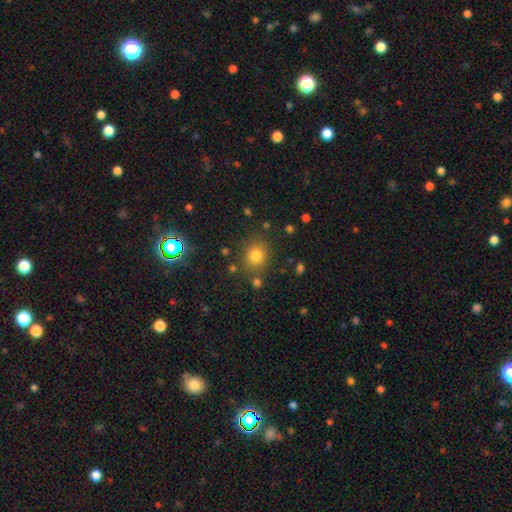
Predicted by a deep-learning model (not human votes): Morphology: type=smooth (78%); roundness=round (78%); merging=none (80%).